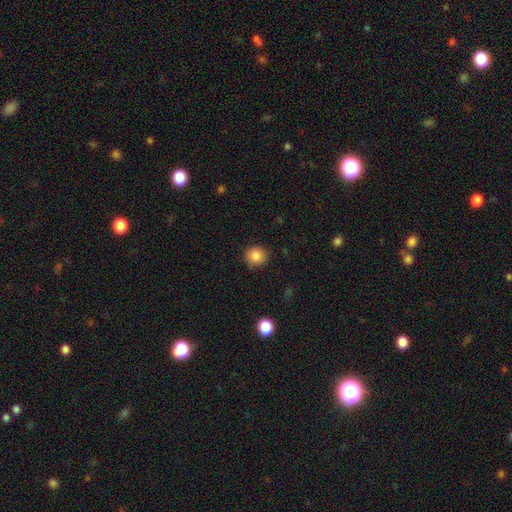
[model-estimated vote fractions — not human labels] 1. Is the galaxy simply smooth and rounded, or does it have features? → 85% smooth, 10% star or artifact, 5% featured or disk.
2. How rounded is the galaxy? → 88% round, 11% in between, 1% cigar-shaped.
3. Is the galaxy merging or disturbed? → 88% none, 9% minor disturbance, 2% major disturbance, 1% merger.